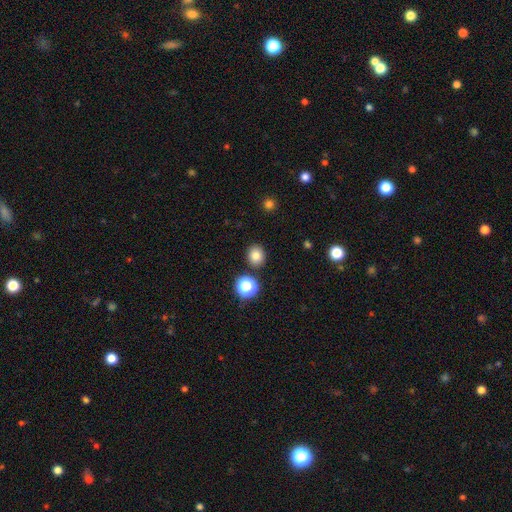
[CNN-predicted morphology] Smooth or featured? smooth (81%)
How rounded? round (78%)
Merging? none (87%)